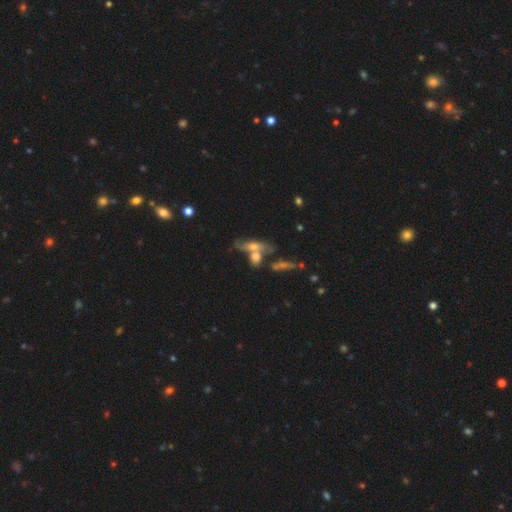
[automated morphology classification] Smooth or featured?
  - smooth: 51% *
  - featured or disk: 36%
  - star or artifact: 14%
How rounded?
  - in between: 50% *
  - round: 25%
  - cigar-shaped: 25%
Merging?
  - merger: 46% *
  - none: 35%
  - minor disturbance: 12%
  - major disturbance: 8%